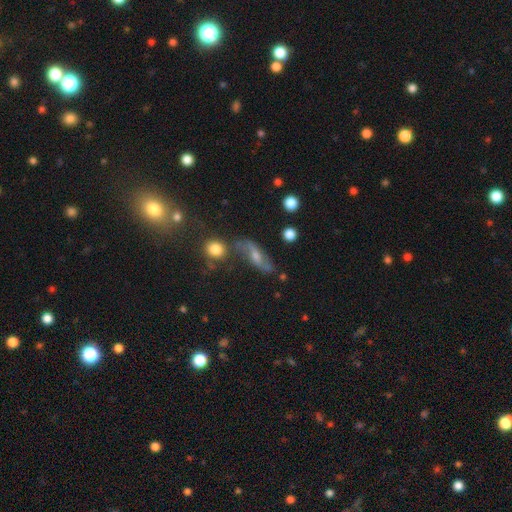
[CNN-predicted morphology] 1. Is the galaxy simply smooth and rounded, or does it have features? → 68% featured or disk, 21% smooth, 11% star or artifact.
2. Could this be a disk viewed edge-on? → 83% no, 17% yes.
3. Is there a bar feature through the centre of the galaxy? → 41% no, 40% weak, 18% strong.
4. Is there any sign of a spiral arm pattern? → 87% yes, 13% no.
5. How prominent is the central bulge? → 52% moderate, 35% small, 6% large, 5% none, 2% dominant.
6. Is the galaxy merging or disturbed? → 65% none, 18% minor disturbance, 9% major disturbance, 9% merger.